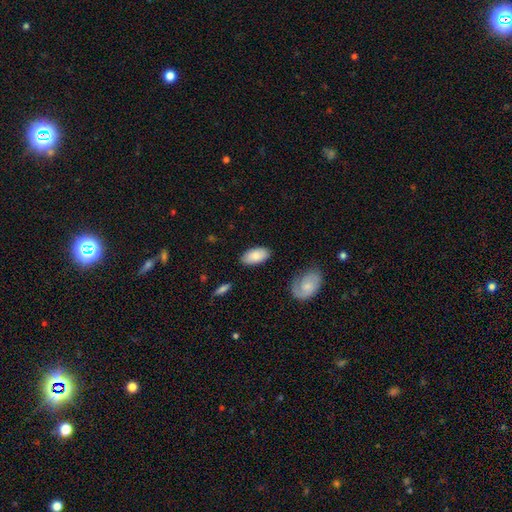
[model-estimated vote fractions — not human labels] This is clearly a smooth galaxy (80%). How rounded: clearly in between (94%). Merging: clearly none (84%).